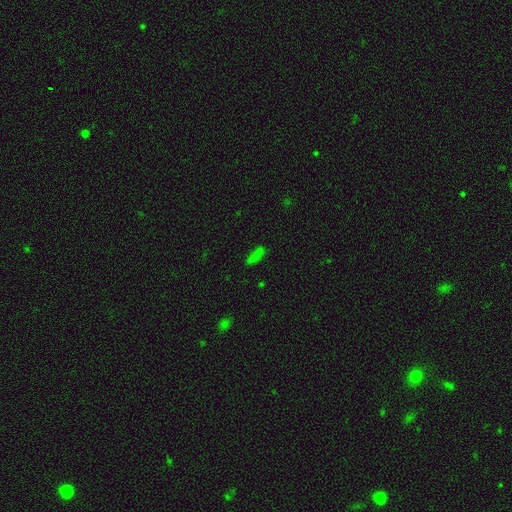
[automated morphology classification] smooth_or_featured: smooth (p=0.72) [alt: star or artifact p=0.19]
how_rounded: cigar-shaped (p=0.48) [tied with: in between p=0.48]
merging: none (p=0.72) [alt: minor disturbance p=0.18]